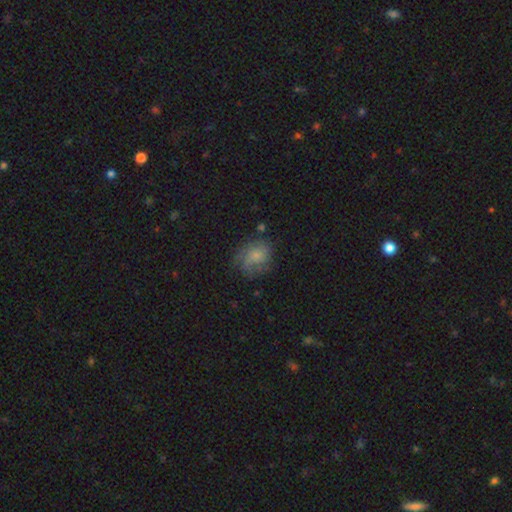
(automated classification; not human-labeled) The model was most divided on "smooth or featured": smooth: 53%, featured or disk: 37%, star or artifact: 10%. More confident: how rounded — round (58%); merging — none (55%).